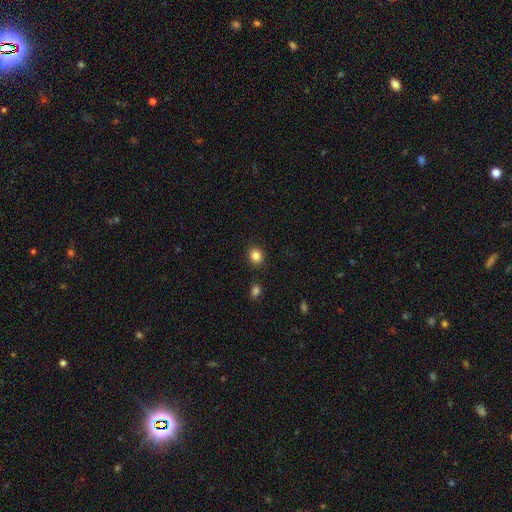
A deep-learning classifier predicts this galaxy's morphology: smooth_or_featured: smooth (p=0.85) [alt: star or artifact p=0.11]
how_rounded: round (p=0.70) [alt: in between p=0.29]
merging: none (p=0.88) [alt: minor disturbance p=0.07]